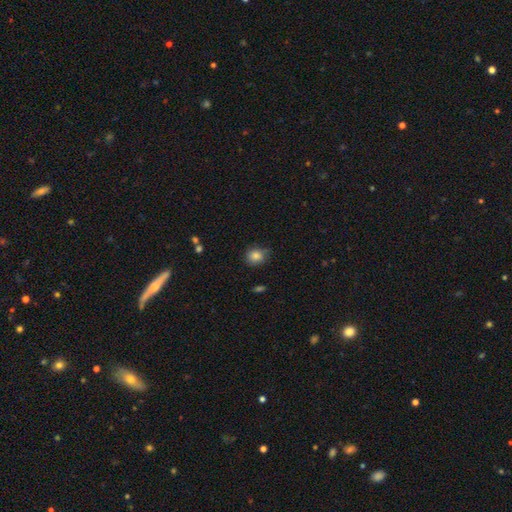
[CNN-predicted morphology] This is clearly a smooth galaxy (83%). How rounded: likely round (72%). Merging: likely none (68%).